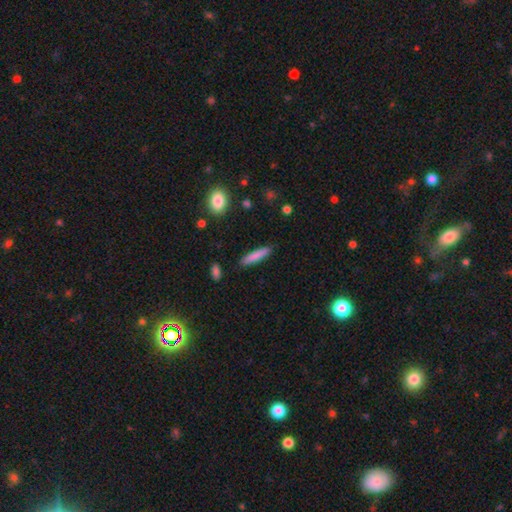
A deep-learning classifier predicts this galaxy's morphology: The model was most divided on "smooth or featured": smooth: 80%, featured or disk: 14%, star or artifact: 6%. More confident: how rounded — cigar-shaped (90%); merging — none (89%).